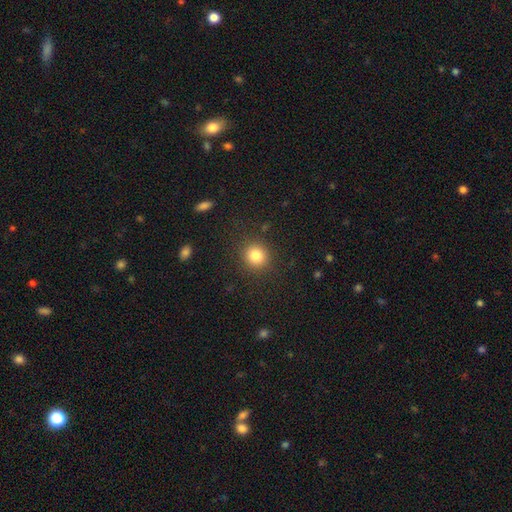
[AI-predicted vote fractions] Q: Smooth or featured?
A: smooth (83%); runner-up: star or artifact (11%)
Q: How rounded?
A: round (88%); runner-up: in between (11%)
Q: Merging?
A: none (88%); runner-up: minor disturbance (8%)